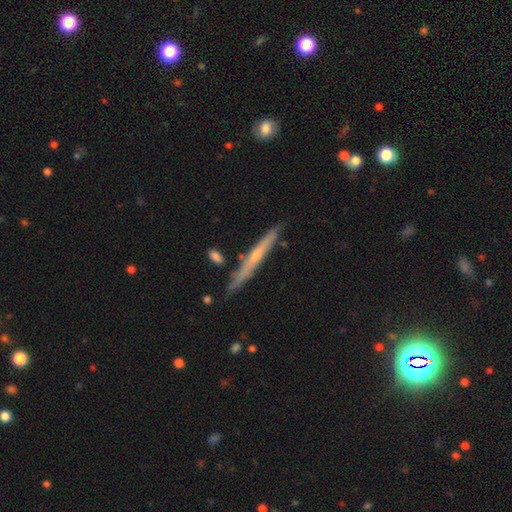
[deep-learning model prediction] The model was most divided on "edge-on bulge" (2-way tie): rounded: 48%, none: 48%, boxy: 4%. More confident: edge-on disk — yes (95%); merging — none (83%); smooth or featured — featured or disk (60%).